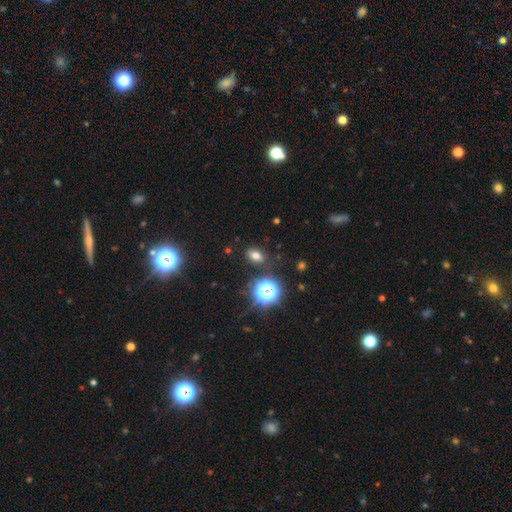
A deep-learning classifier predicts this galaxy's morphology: This appears to be a smooth galaxy with no disk features (69%) that is in between round and cigar-shaped (75%). Merging: none (84%).